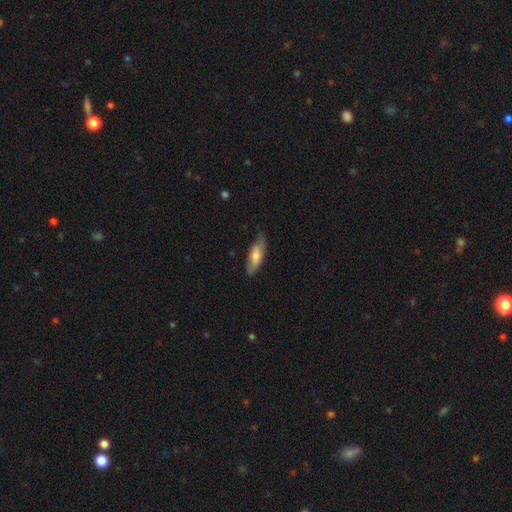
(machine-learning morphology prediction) Overall: smooth (62%; featured or disk 32%). How rounded: in between (59%; cigar-shaped 39%). Merging: none (68%).